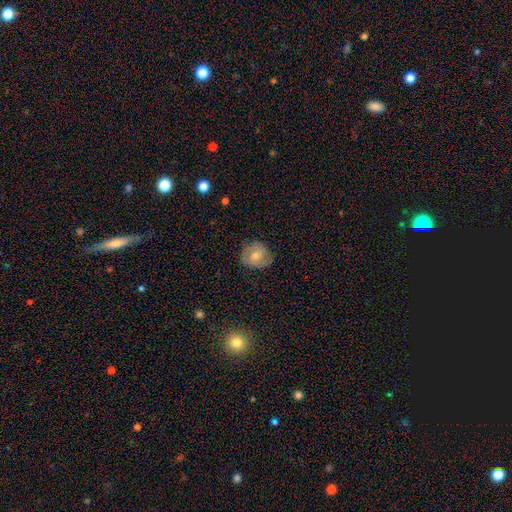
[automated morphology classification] type=smooth (49%); merging=none (80%).